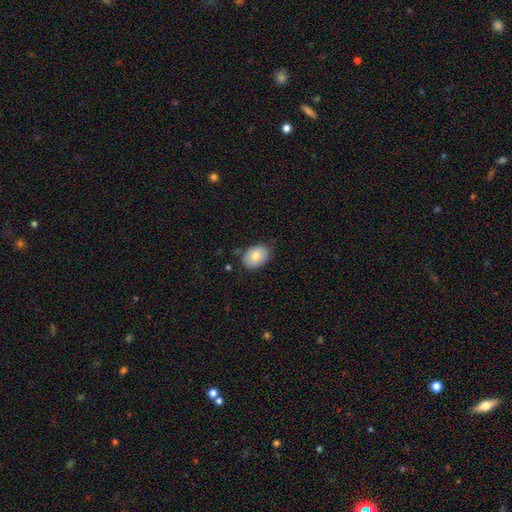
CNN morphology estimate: Smooth or featured? smooth (77%)
How rounded? in between (76%)
Merging? none (80%)